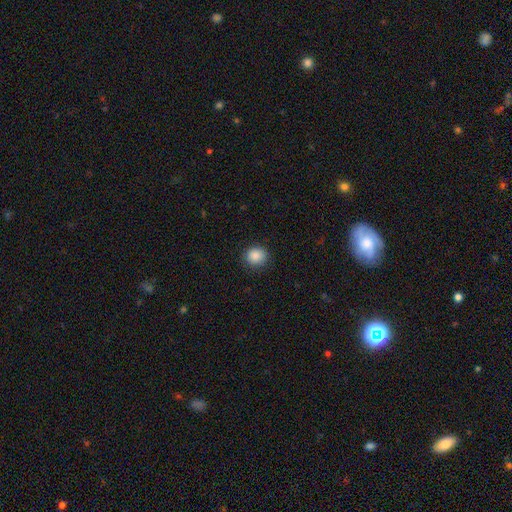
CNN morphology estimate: smooth 87%, star or artifact 9%, featured or disk 3%. Down the decision tree: how rounded — round (80%); merging — none (88%).